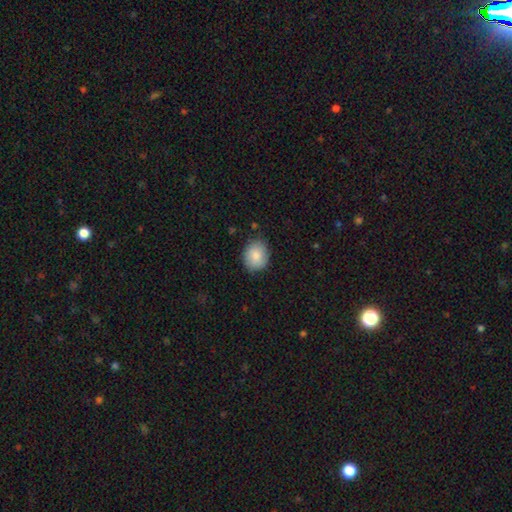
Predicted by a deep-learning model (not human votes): smooth_or_featured: smooth (p=0.86) [alt: featured or disk p=0.08]
how_rounded: round (p=0.57) [alt: in between p=0.42]
merging: none (p=0.79) [alt: minor disturbance p=0.16]